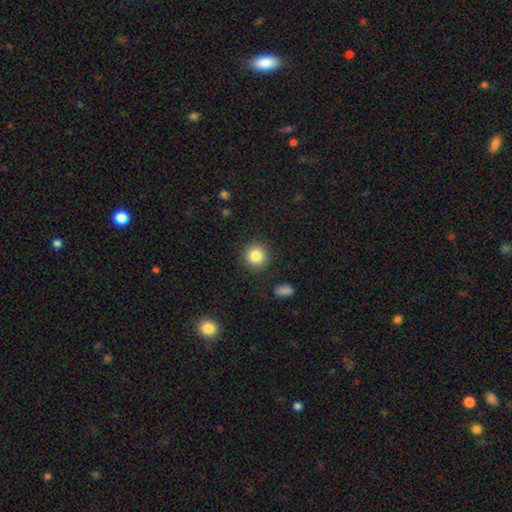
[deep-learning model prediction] The model was most divided on "smooth or featured": smooth: 85%, star or artifact: 10%, featured or disk: 6%. More confident: how rounded — round (93%); merging — none (89%).